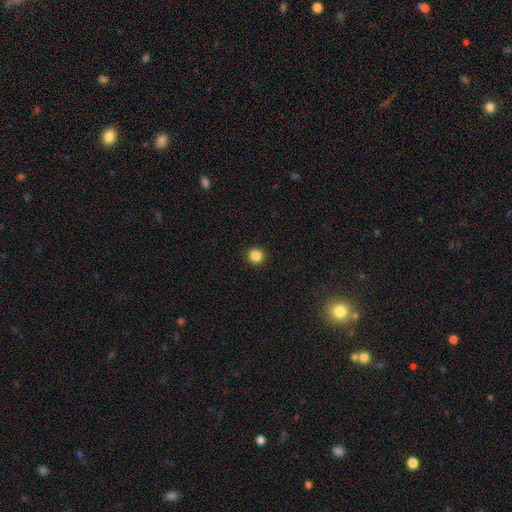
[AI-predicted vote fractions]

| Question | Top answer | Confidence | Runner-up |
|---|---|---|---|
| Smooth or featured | smooth | 86% | star or artifact (11%) |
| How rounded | round | 92% | in between (7%) |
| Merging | none | 93% | minor disturbance (5%) |